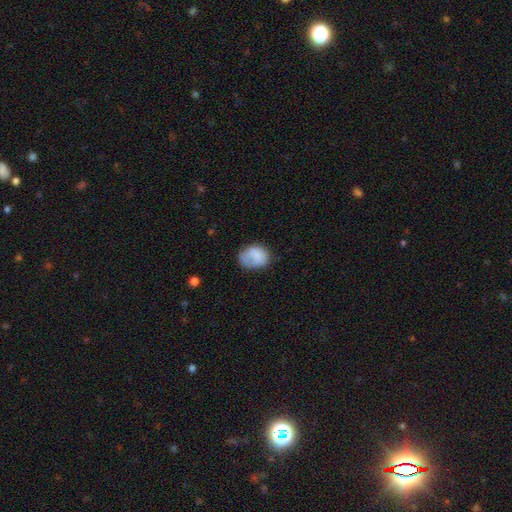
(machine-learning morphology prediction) This is likely a smooth galaxy (79%). How rounded: possibly in between (59%). Merging: possibly none (51%).